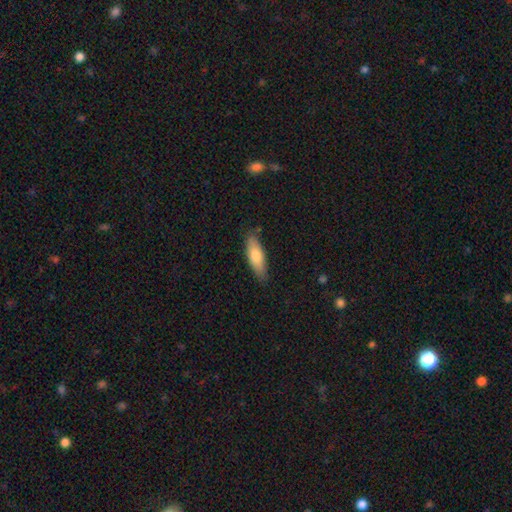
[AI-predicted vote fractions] The model was most divided on "how rounded": in between: 57%, cigar-shaped: 41%, round: 2%. More confident: merging — none (82%); smooth or featured — smooth (74%).